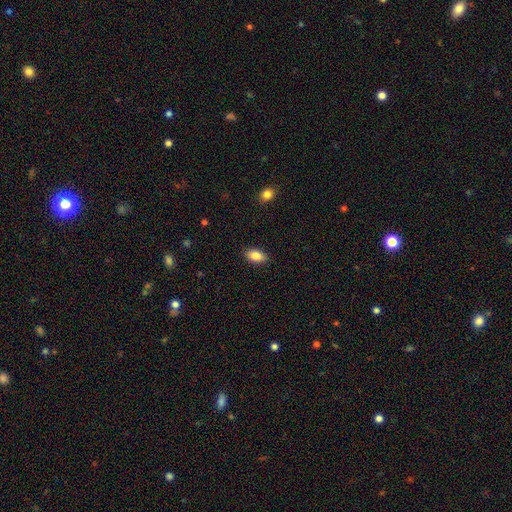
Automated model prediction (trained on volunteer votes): Morphology: type=smooth (86%); roundness=in between (92%); merging=none (89%).